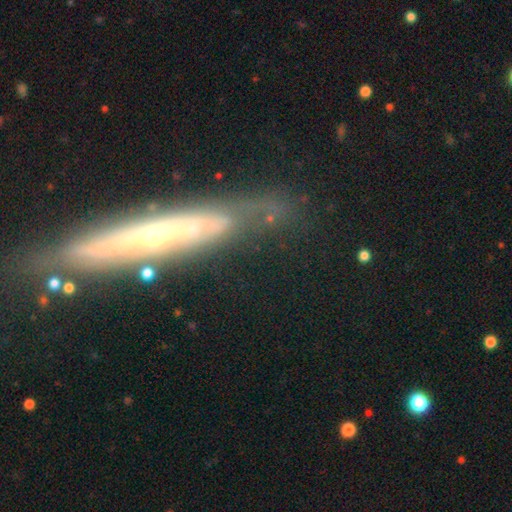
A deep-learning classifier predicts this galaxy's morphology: This appears to be a featured or disk galaxy (75%) viewed edge-on (51%). Merging: none (70%).